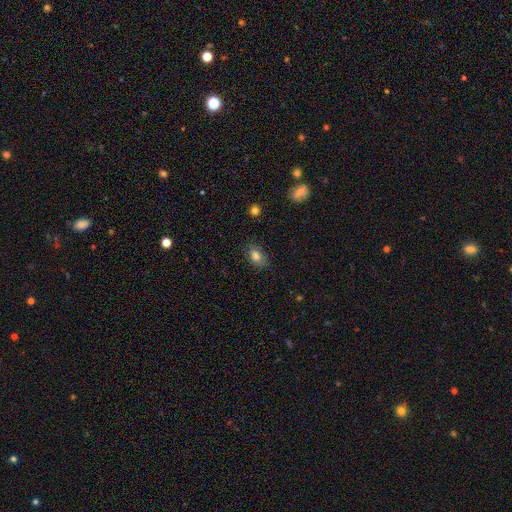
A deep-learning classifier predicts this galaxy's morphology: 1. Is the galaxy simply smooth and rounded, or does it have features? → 79% smooth, 11% star or artifact, 9% featured or disk.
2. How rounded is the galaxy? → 83% in between, 15% round, 2% cigar-shaped.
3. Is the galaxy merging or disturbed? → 79% none, 16% minor disturbance, 4% major disturbance, 1% merger.